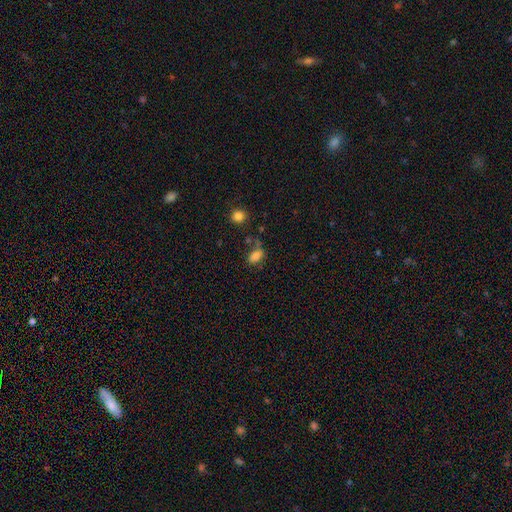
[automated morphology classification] Overall: smooth (79%). How rounded: in between (86%). Merging: none (49%; minor disturbance 25%).